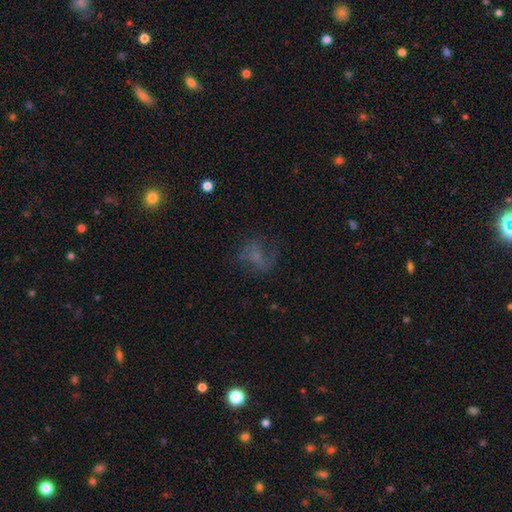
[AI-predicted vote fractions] A featured or disk galaxy (43%).

Vote fractions:
- Smooth or featured? featured or disk: 43% / smooth: 37% / star or artifact: 20%
- Merging? none: 54% / major disturbance: 24% / minor disturbance: 20% / merger: 2%